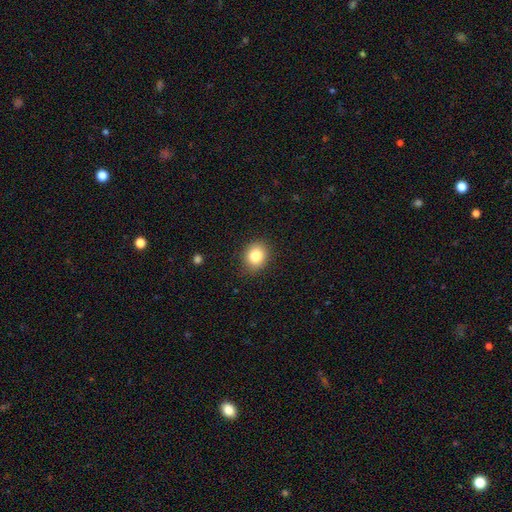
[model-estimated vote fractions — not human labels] The model was most divided on "how rounded": round: 67%, in between: 32%, cigar-shaped: 1%. More confident: merging — none (87%); smooth or featured — smooth (81%).